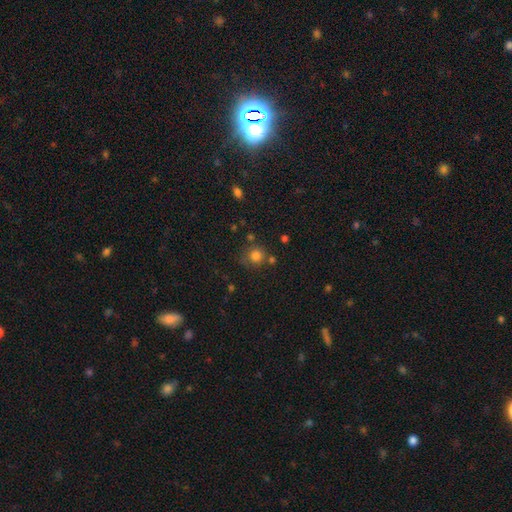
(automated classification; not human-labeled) A smooth galaxy with no disk features (80%) that is round (90%).

Vote fractions:
- Smooth or featured? smooth: 80% / star or artifact: 13% / featured or disk: 7%
- How rounded? round: 90% / in between: 9% / cigar-shaped: 1%
- Merging? none: 69% / minor disturbance: 15% / merger: 10% / major disturbance: 6%